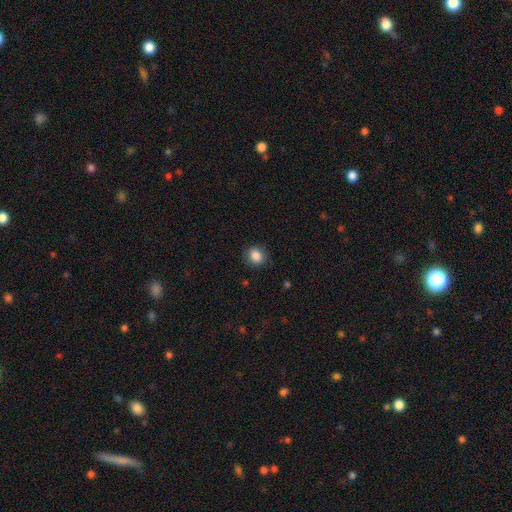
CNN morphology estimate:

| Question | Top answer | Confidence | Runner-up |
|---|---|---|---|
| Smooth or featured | smooth | 86% | star or artifact (10%) |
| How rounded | round | 68% | in between (31%) |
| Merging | none | 87% | minor disturbance (9%) |